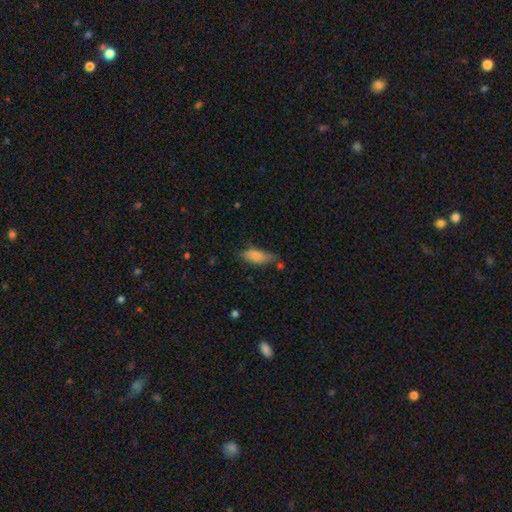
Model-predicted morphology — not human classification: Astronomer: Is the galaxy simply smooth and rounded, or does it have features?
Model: smooth — 82%.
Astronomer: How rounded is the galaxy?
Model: in between — 77%.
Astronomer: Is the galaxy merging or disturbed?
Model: none — 48% (runner-up: minor disturbance, 34%).